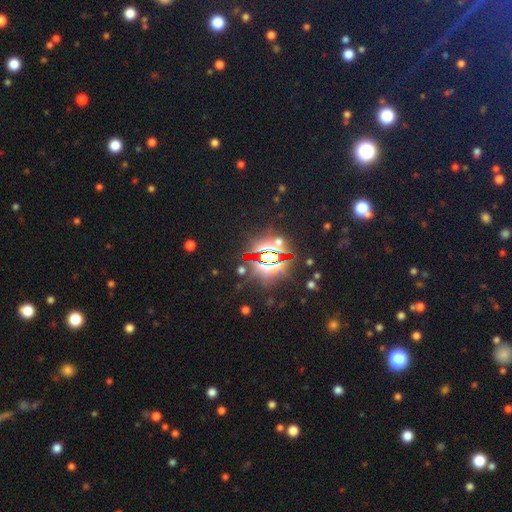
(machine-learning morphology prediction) Smooth or featured? Predicted: star or artifact (p=0.84).